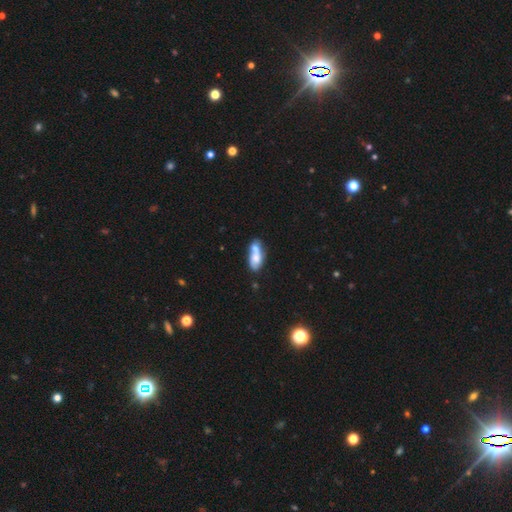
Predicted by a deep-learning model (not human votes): Overall: smooth (63%; featured or disk 30%). How rounded: in between (75%). Merging: merger (47%; none 31%).